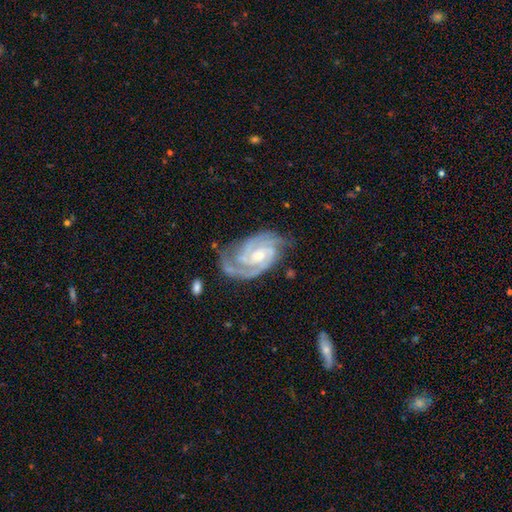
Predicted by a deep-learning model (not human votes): Smooth or featured?
  - featured or disk: 91% *
  - star or artifact: 5%
  - smooth: 4%
Edge-on disk?
  - no: 97% *
  - yes: 3%
Bar?
  - no: 43% *
  - weak: 42%
  - strong: 15%
Spiral arms?
  - yes: 98% *
  - no: 2%
Spiral winding?
  - tight: 59% *
  - medium: 36%
  - loose: 5%
Spiral arm count?
  - 2: 61% *
  - 3: 23%
  - can't tell: 7%
  - 1: 4%
  - 4: 3%
  - more than 4: 3%
Bulge size?
  - moderate: 51% *
  - small: 42%
  - large: 3%
  - none: 3%
  - dominant: 1%
Merging?
  - none: 69% *
  - minor disturbance: 21%
  - major disturbance: 8%
  - merger: 2%